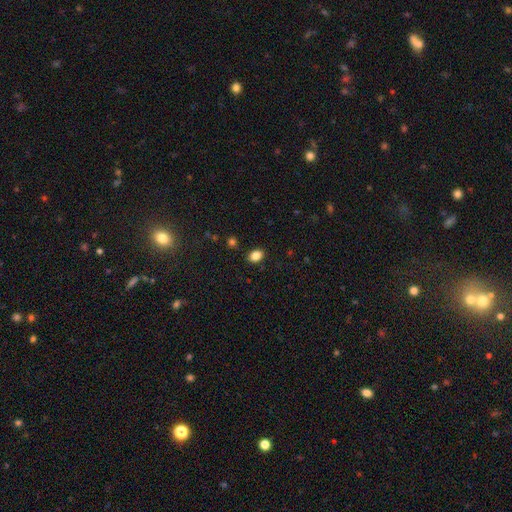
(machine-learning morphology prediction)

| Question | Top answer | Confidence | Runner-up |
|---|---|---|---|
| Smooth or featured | smooth | 85% | star or artifact (11%) |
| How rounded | in between | 72% | round (27%) |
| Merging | none | 88% | minor disturbance (9%) |